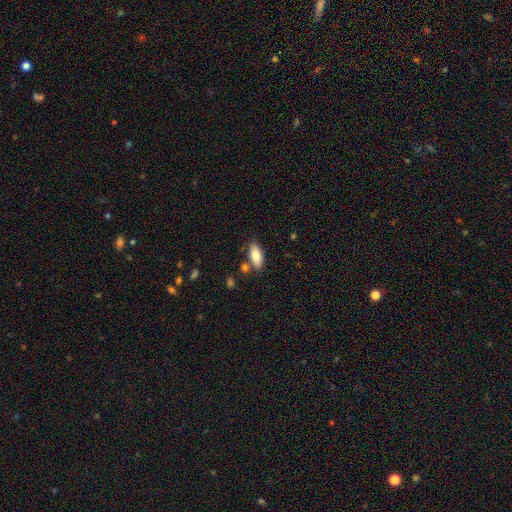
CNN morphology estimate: Overall: smooth (83%). How rounded: in between (83%). Merging: none (79%).